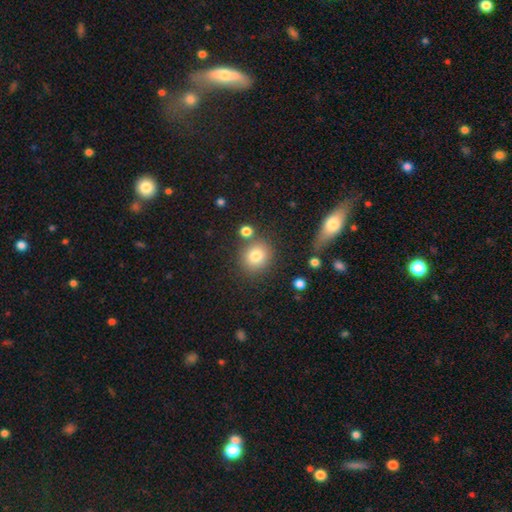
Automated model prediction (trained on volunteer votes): smooth 80%, star or artifact 11%, featured or disk 9%. Down the decision tree: how rounded — round (80%); merging — none (76%).